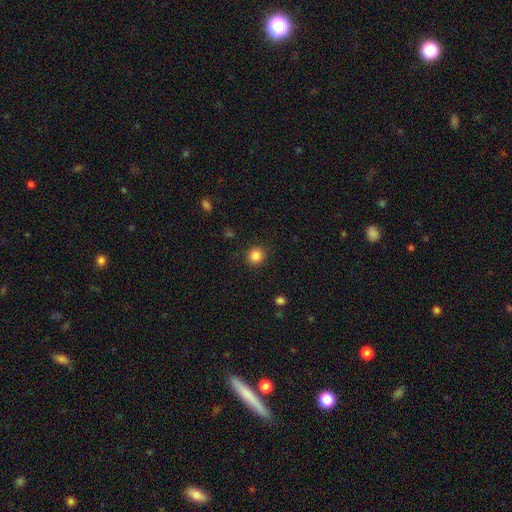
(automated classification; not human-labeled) Morphology: type=smooth (85%); roundness=round (92%); merging=none (91%).